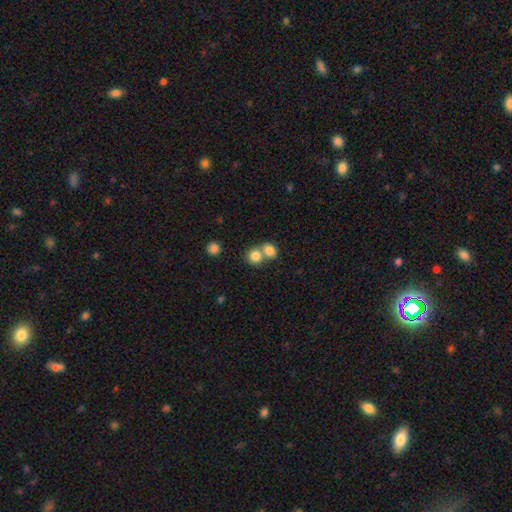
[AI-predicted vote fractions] smooth-or-featured: smooth: 82% | star or artifact: 10% | featured or disk: 9%
  how-rounded: round: 76% | in between: 23% | cigar-shaped: 1%
  merging: merger: 54% | none: 38% | minor disturbance: 6% | major disturbance: 3%